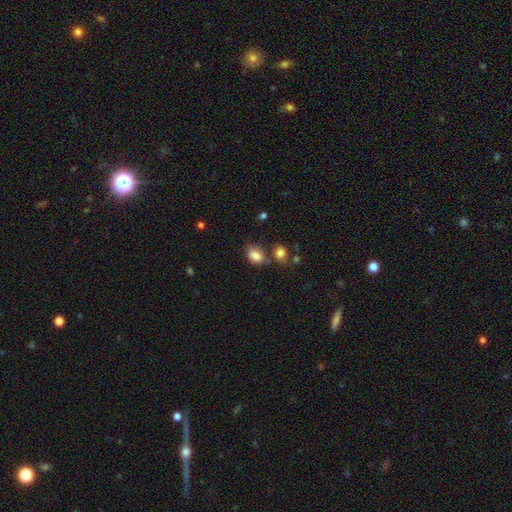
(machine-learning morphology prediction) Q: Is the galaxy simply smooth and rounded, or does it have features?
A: smooth — 84%.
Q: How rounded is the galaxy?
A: in between — 72%.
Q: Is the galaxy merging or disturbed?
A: none — 59%.